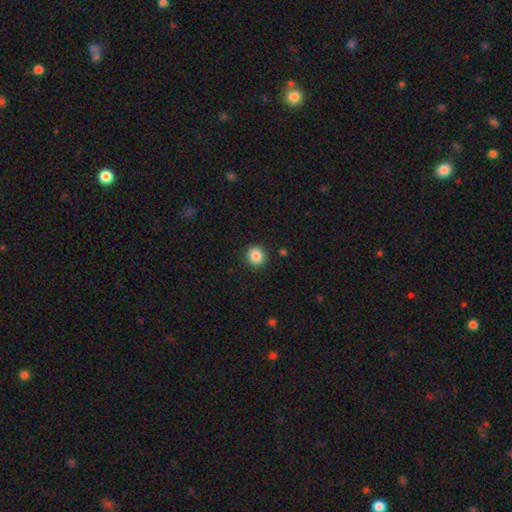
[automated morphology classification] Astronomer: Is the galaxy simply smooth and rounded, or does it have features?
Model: smooth — 87%.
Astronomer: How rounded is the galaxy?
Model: round — 90%.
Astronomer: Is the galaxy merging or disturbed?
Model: none — 91%.